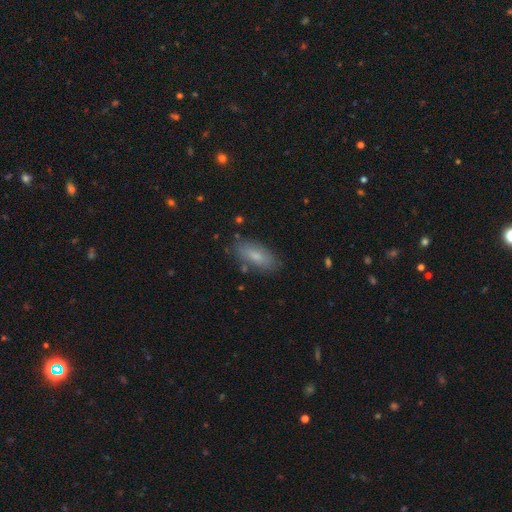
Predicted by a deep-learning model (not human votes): Morphology: type=smooth (78%); roundness=in between (80%); merging=none (81%).